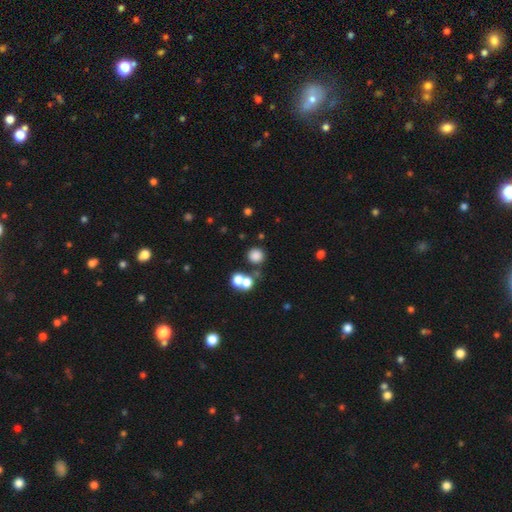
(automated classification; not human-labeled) Smooth or featured?
  - smooth: 78% *
  - star or artifact: 16%
  - featured or disk: 7%
How rounded?
  - round: 89% *
  - in between: 10%
  - cigar-shaped: 1%
Merging?
  - none: 71% *
  - merger: 17%
  - minor disturbance: 8%
  - major disturbance: 4%